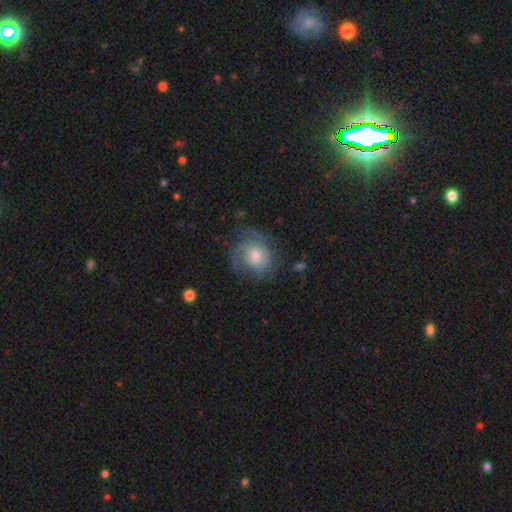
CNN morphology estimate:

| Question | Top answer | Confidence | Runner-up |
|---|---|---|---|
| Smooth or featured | featured or disk | 69% | smooth (23%) |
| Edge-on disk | no | 97% | yes (3%) |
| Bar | no | 80% | weak (17%) |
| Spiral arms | yes | 91% | no (9%) |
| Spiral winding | tight | 47% | medium (37%) |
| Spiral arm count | can't tell | 28% | 2 (27%) |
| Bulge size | moderate | 57% | small (33%) |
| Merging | none | 65% | minor disturbance (20%) |